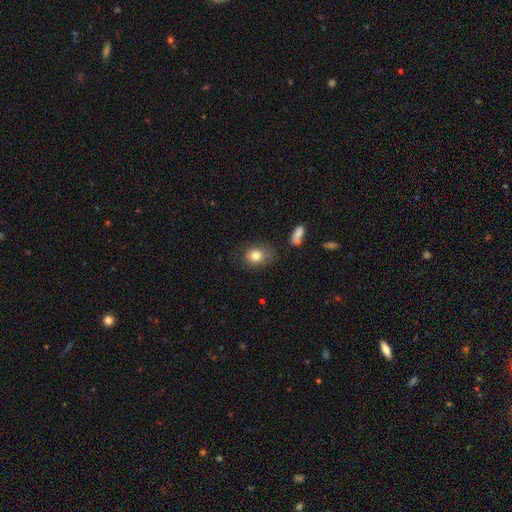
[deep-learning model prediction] Overall: smooth (80%). How rounded: round (50%; in between 49%). Merging: none (66%).